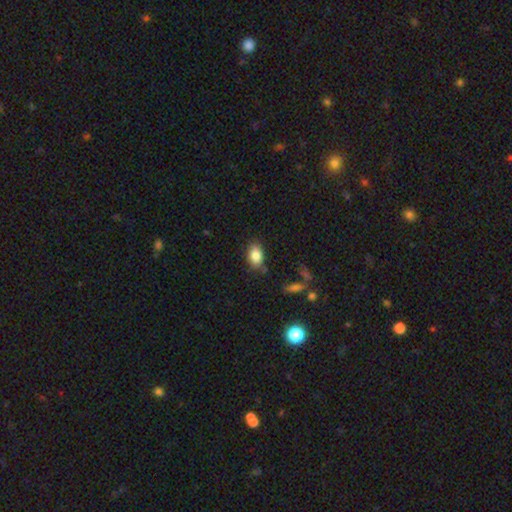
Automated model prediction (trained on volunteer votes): The model was most divided on "merging": none: 75%, minor disturbance: 18%, major disturbance: 4%, merger: 3%. More confident: how rounded — in between (86%); smooth or featured — smooth (85%).